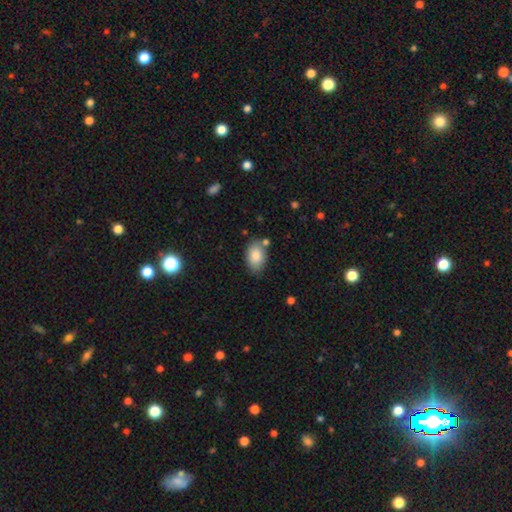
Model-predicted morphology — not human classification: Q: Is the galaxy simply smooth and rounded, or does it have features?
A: smooth — 84%.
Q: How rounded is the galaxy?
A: in between — 90%.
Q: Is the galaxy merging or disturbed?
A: none — 75%.